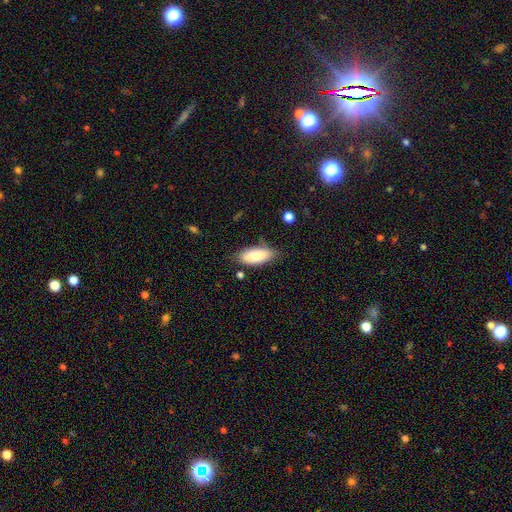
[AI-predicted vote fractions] smooth 84%, featured or disk 10%, star or artifact 6%. Down the decision tree: how rounded — in between (84%); merging — none (73%).